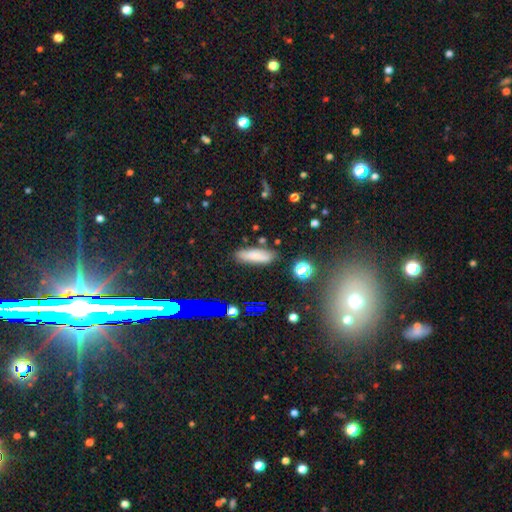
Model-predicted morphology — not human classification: smooth-or-featured: smooth: 75% | featured or disk: 14% | star or artifact: 11%
  how-rounded: cigar-shaped: 52% | in between: 45% | round: 3%
  merging: none: 81% | minor disturbance: 12% | merger: 3% | major disturbance: 3%